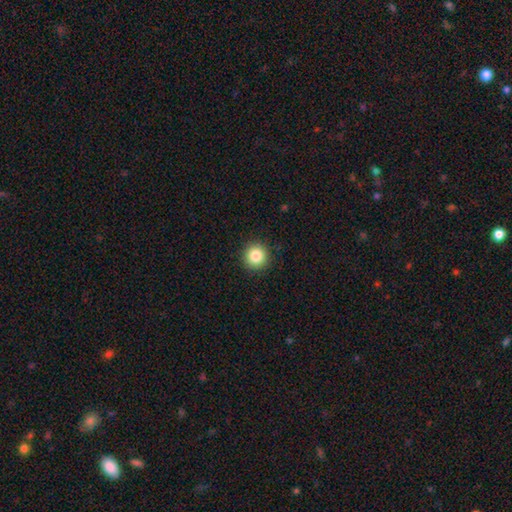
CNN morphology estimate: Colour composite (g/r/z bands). It shows a smooth galaxy with no disk features (84%) that is round (95%). Merging: none (92%).